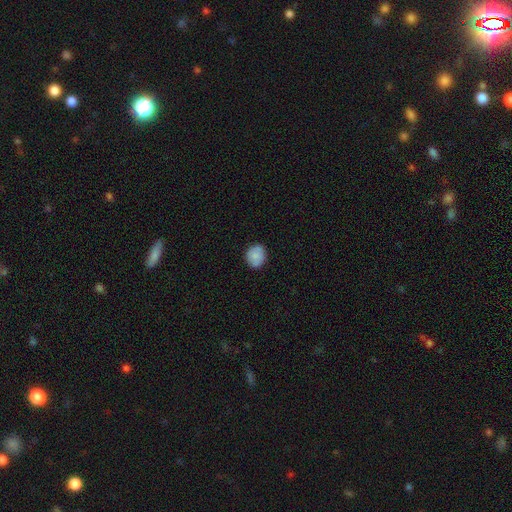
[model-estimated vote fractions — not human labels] A smooth galaxy with no disk features (85%) that is round (76%).

Vote fractions:
- Smooth or featured? smooth: 85% / star or artifact: 8% / featured or disk: 7%
- How rounded? round: 76% / in between: 23% / cigar-shaped: 1%
- Merging? none: 85% / minor disturbance: 12% / major disturbance: 2% / merger: 1%